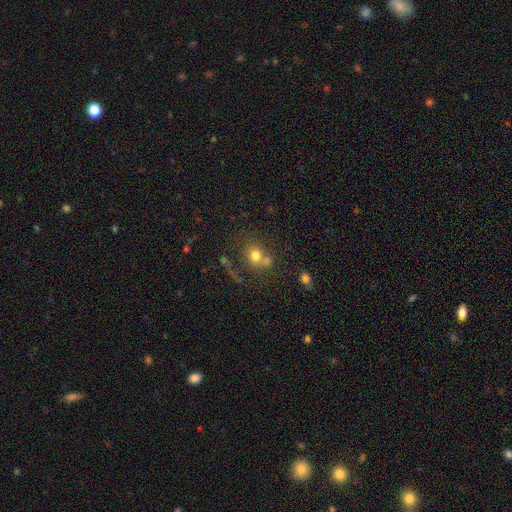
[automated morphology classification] Smooth or featured? smooth (73%)
How rounded? round (78%)
Merging? none (49%)